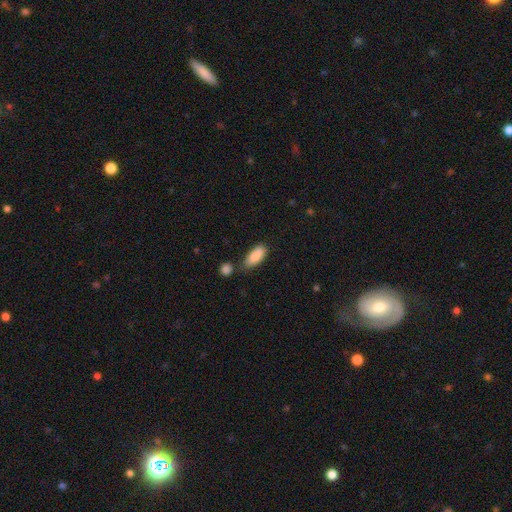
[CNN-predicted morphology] This is clearly a smooth galaxy (88%). How rounded: clearly in between (83%). Merging: likely none (63%).